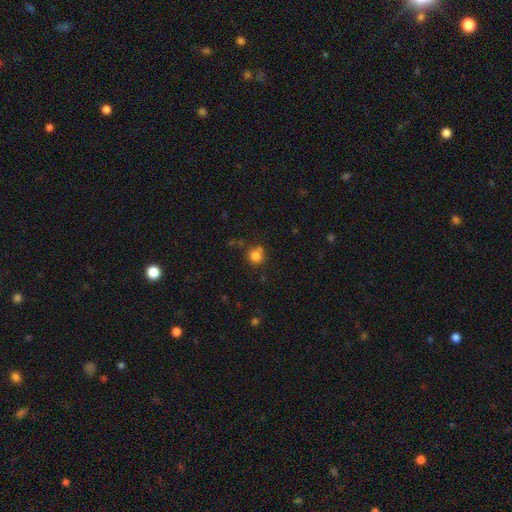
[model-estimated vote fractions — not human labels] This is clearly a smooth galaxy (81%). How rounded: clearly round (90%). Merging: likely none (67%).